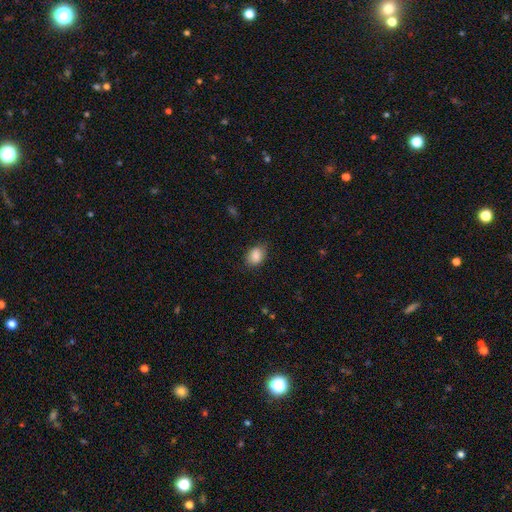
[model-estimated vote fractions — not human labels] A smooth galaxy with no disk features (86%) that is in between round and cigar-shaped (67%).

Vote fractions:
- Smooth or featured? smooth: 86% / star or artifact: 8% / featured or disk: 6%
- How rounded? in between: 67% / round: 32% / cigar-shaped: 1%
- Merging? none: 76% / minor disturbance: 19% / major disturbance: 4% / merger: 1%